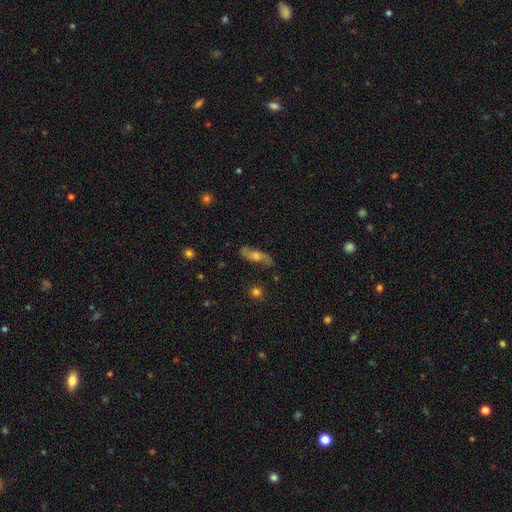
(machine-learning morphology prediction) Smooth or featured?
  - featured or disk: 67% *
  - smooth: 23%
  - star or artifact: 9%
Edge-on disk?
  - no: 80% *
  - yes: 20%
Bar?
  - no: 65% *
  - weak: 28%
  - strong: 7%
Spiral arms?
  - yes: 89% *
  - no: 11%
Bulge size?
  - moderate: 58% *
  - small: 22%
  - large: 14%
  - none: 4%
  - dominant: 2%
Merging?
  - none: 75% *
  - minor disturbance: 16%
  - major disturbance: 7%
  - merger: 2%